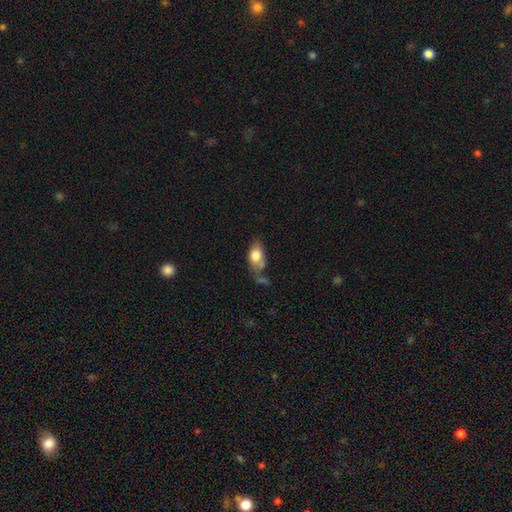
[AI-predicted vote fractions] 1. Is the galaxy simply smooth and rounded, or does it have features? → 75% smooth, 19% featured or disk, 7% star or artifact.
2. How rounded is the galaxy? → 84% in between, 12% round, 4% cigar-shaped.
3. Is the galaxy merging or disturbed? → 41% none, 25% minor disturbance, 21% merger, 13% major disturbance.